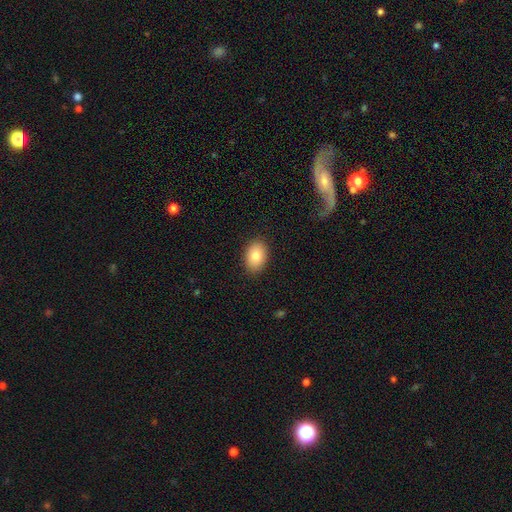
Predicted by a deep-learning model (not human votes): A smooth galaxy with no disk features (85%) that is in between round and cigar-shaped (84%). Merging: none (89%).